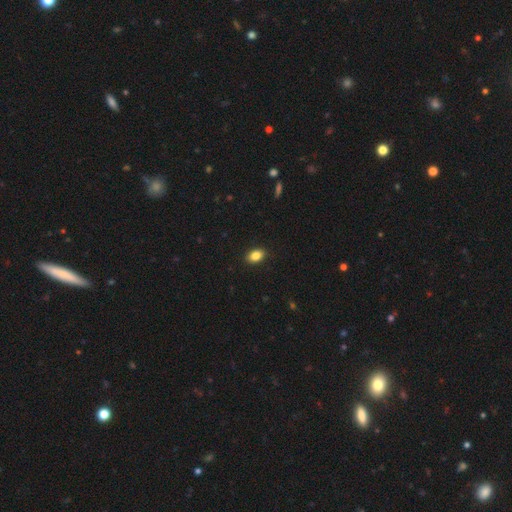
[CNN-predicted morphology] Overall: smooth (85%). How rounded: in between (84%). Merging: none (90%).